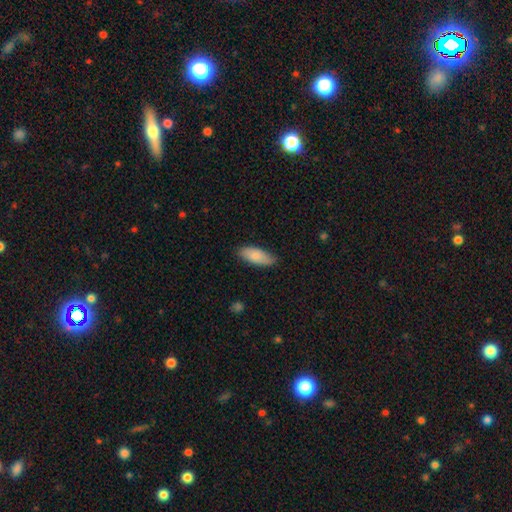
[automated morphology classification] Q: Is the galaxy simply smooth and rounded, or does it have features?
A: smooth — 83%.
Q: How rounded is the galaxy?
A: in between — 80%.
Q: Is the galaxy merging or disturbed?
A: none — 79%.